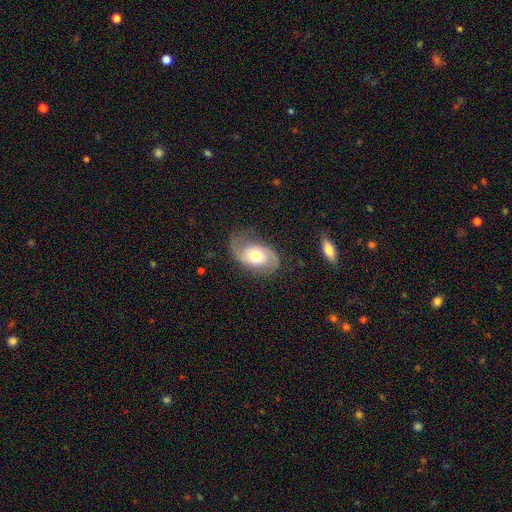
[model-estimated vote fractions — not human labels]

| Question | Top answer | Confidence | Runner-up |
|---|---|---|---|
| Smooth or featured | featured or disk | 72% | smooth (22%) |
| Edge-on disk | no | 96% | yes (4%) |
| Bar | no | 69% | weak (25%) |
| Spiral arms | yes | 91% | no (9%) |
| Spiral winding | medium | 43% | loose (33%) |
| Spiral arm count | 2 | 81% | 1 (9%) |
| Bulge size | moderate | 69% | large (18%) |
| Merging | none | 58% | minor disturbance (26%) |